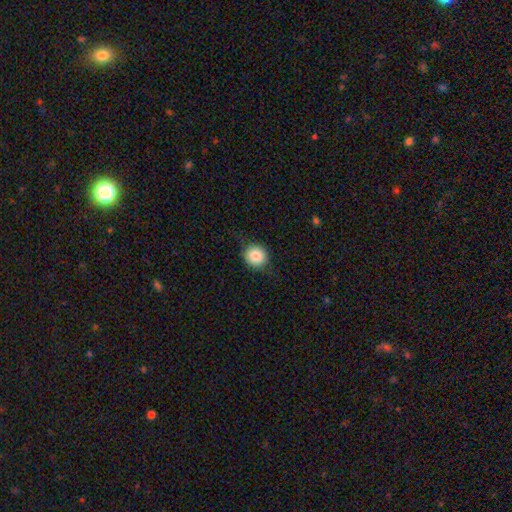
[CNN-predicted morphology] Smooth or featured? Predicted: smooth (p=0.82). How rounded? Predicted: round (p=0.88). Merging? Predicted: none (p=0.79).